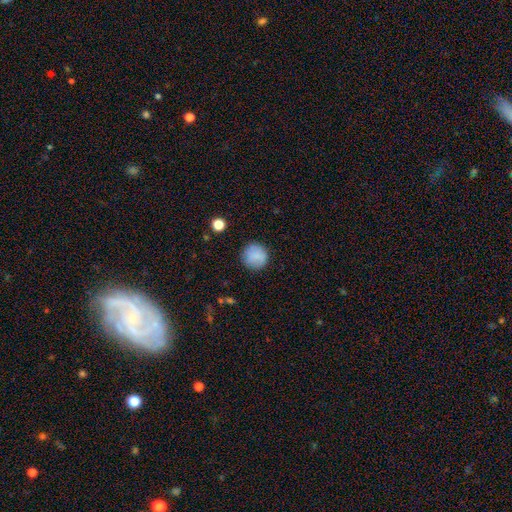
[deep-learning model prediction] smooth 85%, star or artifact 8%, featured or disk 7%. Down the decision tree: how rounded — round (94%); merging — none (87%).